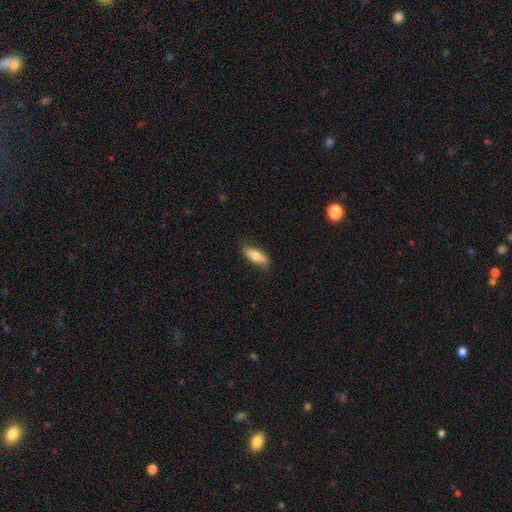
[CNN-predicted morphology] This appears to be a smooth galaxy with no disk features (73%) that is in between round and cigar-shaped (75%). Merging: none (78%).